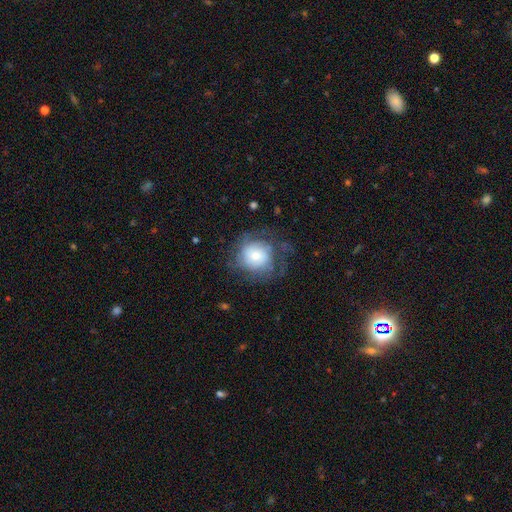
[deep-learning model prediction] A smooth galaxy with no disk features (51%) that is round (84%). Merging: none (53%).